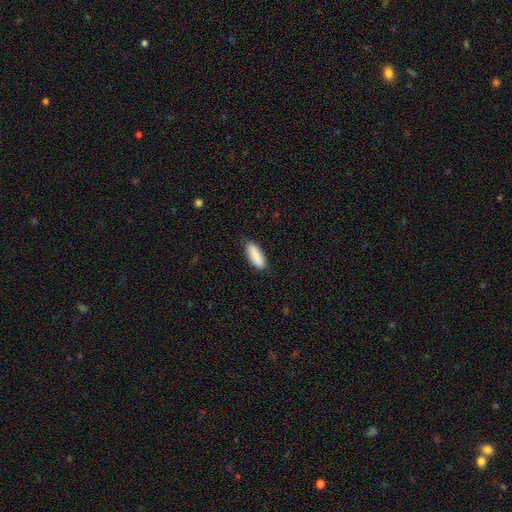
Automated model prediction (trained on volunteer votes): Smooth or featured: smooth — 90% (star or artifact — 6%)
How rounded: in between — 68% (cigar-shaped — 30%)
Merging: none — 83% (minor disturbance — 13%)